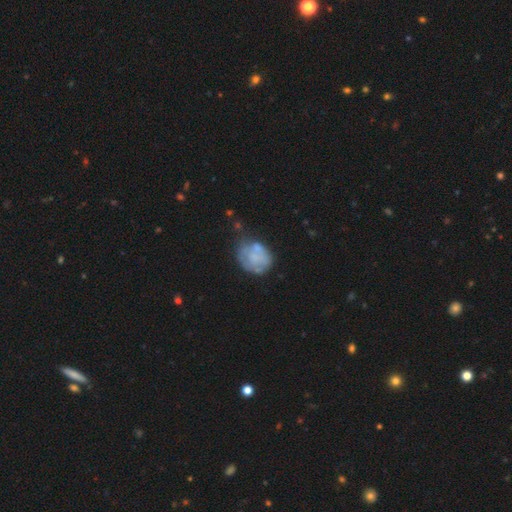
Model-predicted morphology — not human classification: The model was most divided on "smooth or featured": smooth: 48%, featured or disk: 45%, star or artifact: 8%. Remaining: merging — none (46%).